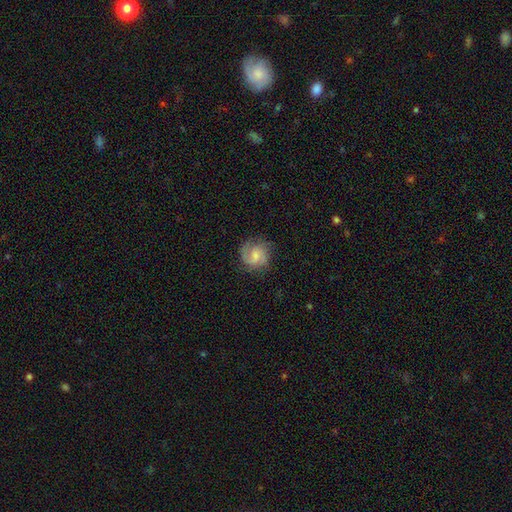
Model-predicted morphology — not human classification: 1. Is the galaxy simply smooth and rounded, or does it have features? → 60% featured or disk, 33% smooth, 7% star or artifact.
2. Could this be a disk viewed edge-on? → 98% no, 2% yes.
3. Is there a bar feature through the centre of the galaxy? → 50% no, 44% weak, 7% strong.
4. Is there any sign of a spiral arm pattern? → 92% yes, 8% no.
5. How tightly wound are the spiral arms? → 45% medium, 32% tight, 23% loose.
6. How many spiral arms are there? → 53% 2, 22% 1, 13% can't tell, 9% 3, 2% 4, 2% more than 4.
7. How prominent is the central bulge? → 42% small, 35% moderate, 16% none, 5% large, 1% dominant.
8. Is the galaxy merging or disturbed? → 70% none, 19% minor disturbance, 10% major disturbance, 1% merger.